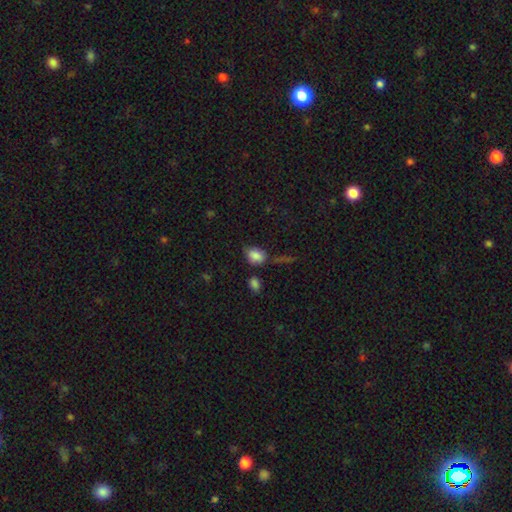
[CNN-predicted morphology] The model was most divided on "merging": none: 55%, minor disturbance: 28%, merger: 8%, major disturbance: 8%. More confident: smooth or featured — smooth (82%); how rounded — in between (70%).